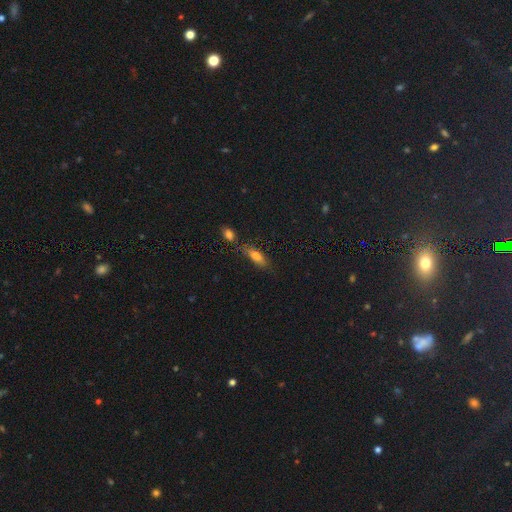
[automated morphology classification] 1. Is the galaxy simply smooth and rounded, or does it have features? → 73% smooth, 14% featured or disk, 13% star or artifact.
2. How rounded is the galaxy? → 58% in between, 39% cigar-shaped, 3% round.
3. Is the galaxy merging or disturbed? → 59% none, 18% minor disturbance, 16% merger, 6% major disturbance.